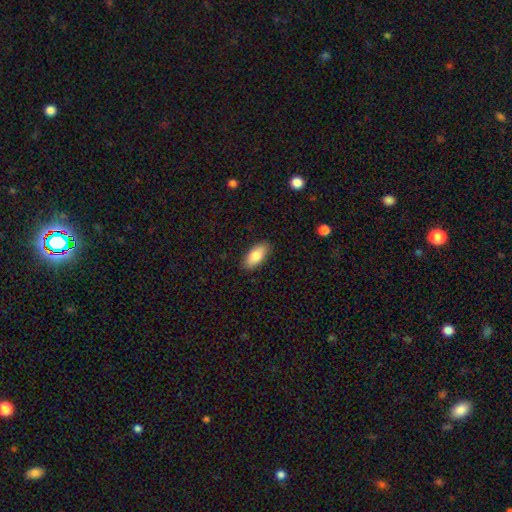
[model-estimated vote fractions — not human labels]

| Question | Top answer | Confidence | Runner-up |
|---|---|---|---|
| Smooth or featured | smooth | 83% | featured or disk (11%) |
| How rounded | in between | 88% | cigar-shaped (9%) |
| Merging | none | 87% | minor disturbance (9%) |